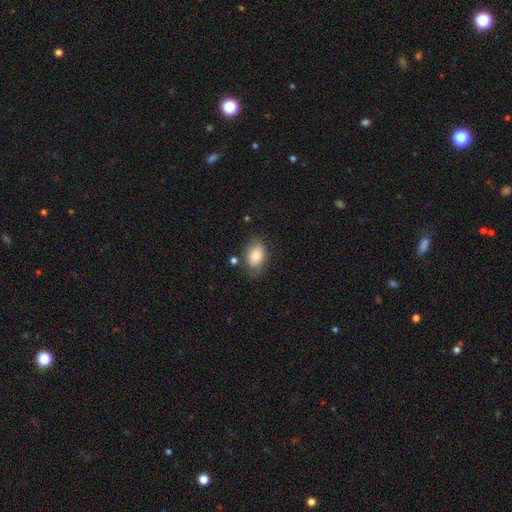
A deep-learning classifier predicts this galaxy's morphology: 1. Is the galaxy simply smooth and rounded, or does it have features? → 81% smooth, 11% featured or disk, 8% star or artifact.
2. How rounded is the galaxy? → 79% in between, 20% round, 1% cigar-shaped.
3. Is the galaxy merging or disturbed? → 75% none, 16% minor disturbance, 4% major disturbance, 4% merger.